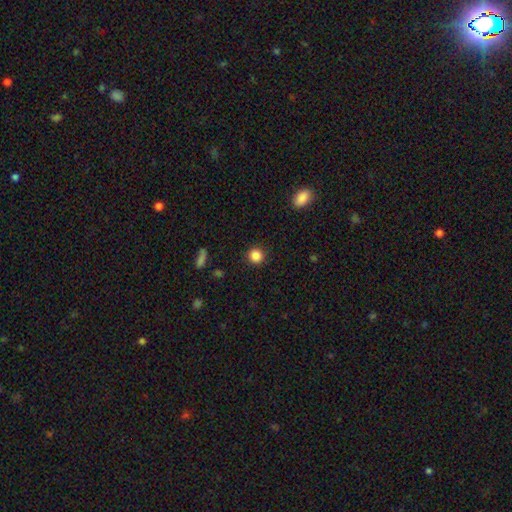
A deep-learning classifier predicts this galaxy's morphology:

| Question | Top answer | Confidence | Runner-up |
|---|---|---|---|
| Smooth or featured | smooth | 86% | star or artifact (11%) |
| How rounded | round | 92% | in between (7%) |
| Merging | none | 91% | minor disturbance (6%) |